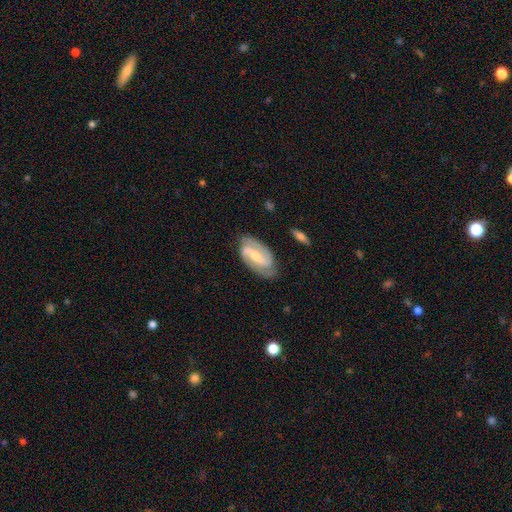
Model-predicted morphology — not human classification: smooth-or-featured: featured or disk: 86% | smooth: 10% | star or artifact: 4%
  disk-edge-on: no: 96% | yes: 4%
    bar: strong: 44% | weak: 38% | no: 18%
    has-spiral-arms: yes: 96% | no: 4%
      spiral-winding: medium: 49% | tight: 33% | loose: 18%
      spiral-arm-count: 2: 90% | can't tell: 4% | 3: 3% | 1: 2% | 4: 1% | more than 4: 1%
    bulge-size: moderate: 53% | small: 41% | large: 3% | none: 2% | dominant: 1%
  merging: none: 79% | minor disturbance: 15% | major disturbance: 4% | merger: 1%